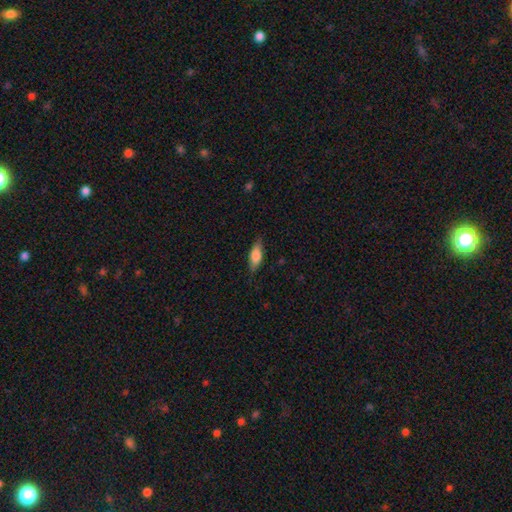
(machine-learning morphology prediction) This appears to be a smooth galaxy with no disk features (79%) that is in between round and cigar-shaped (71%). Merging: none (82%).